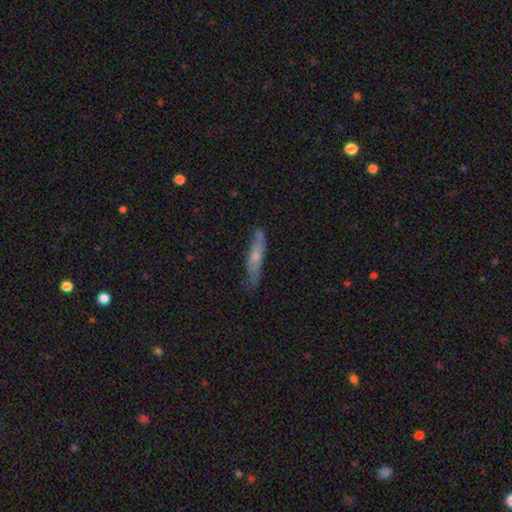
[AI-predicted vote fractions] Overall: smooth (47%; featured or disk 46%). Merging: none (69%).